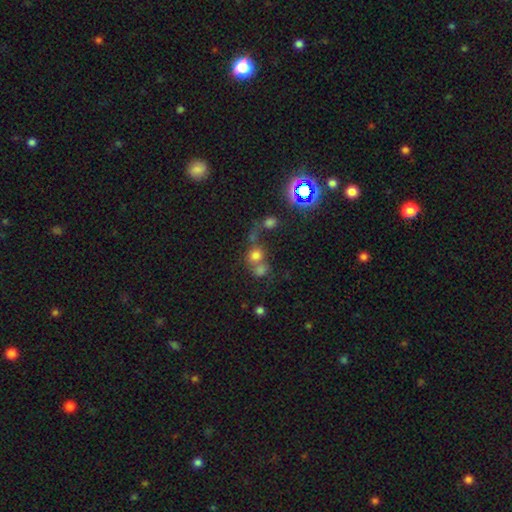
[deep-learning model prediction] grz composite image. It shows a smooth galaxy with no disk features (67%) that is round (80%). Merging: merger (44%).